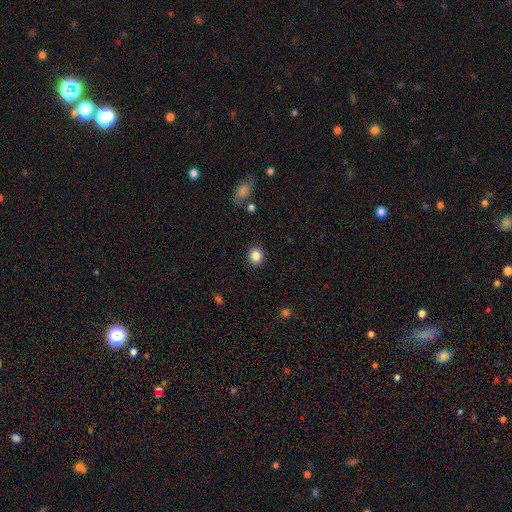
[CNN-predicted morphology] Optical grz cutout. It shows a smooth galaxy with no disk features (86%) that is round (75%). Merging: none (89%).